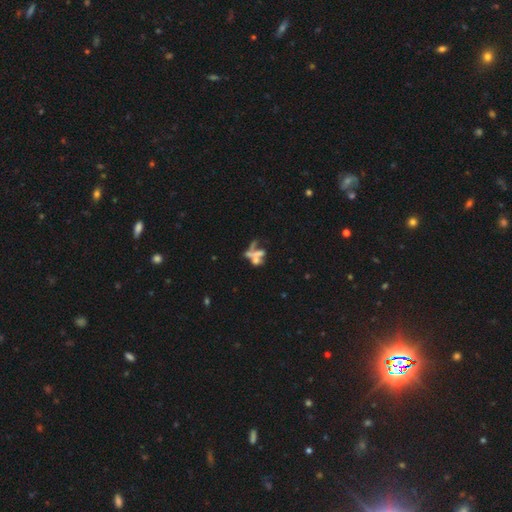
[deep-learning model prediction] Q: Smooth or featured?
A: smooth (40%); runner-up: featured or disk (39%)
Q: Merging?
A: merger (50%); runner-up: none (25%)